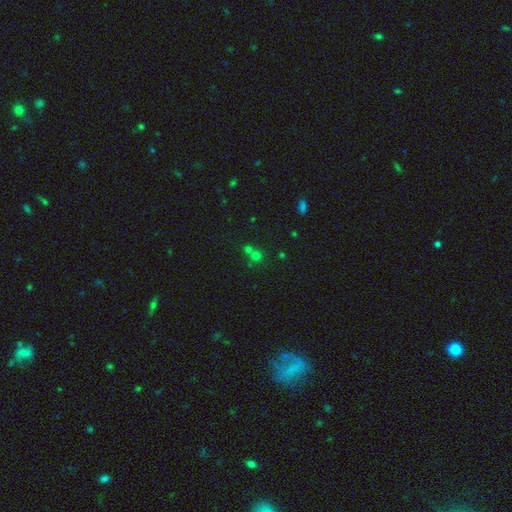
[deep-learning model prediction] Morphology: type=smooth (60%); roundness=round (88%); merging=none (48%).